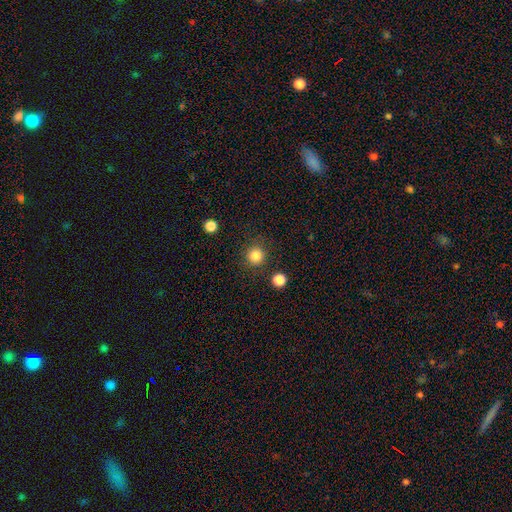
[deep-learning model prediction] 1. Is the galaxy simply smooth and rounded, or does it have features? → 84% smooth, 12% star or artifact, 4% featured or disk.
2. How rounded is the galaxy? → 95% round, 4% in between, 1% cigar-shaped.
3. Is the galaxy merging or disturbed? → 88% none, 7% minor disturbance, 3% major disturbance, 2% merger.